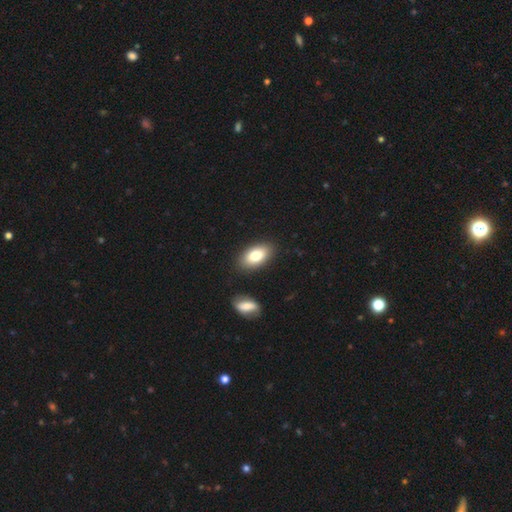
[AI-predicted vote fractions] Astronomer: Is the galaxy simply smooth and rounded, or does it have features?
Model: smooth — 80%.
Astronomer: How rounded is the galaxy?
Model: in between — 93%.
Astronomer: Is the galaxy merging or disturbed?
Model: none — 86%.